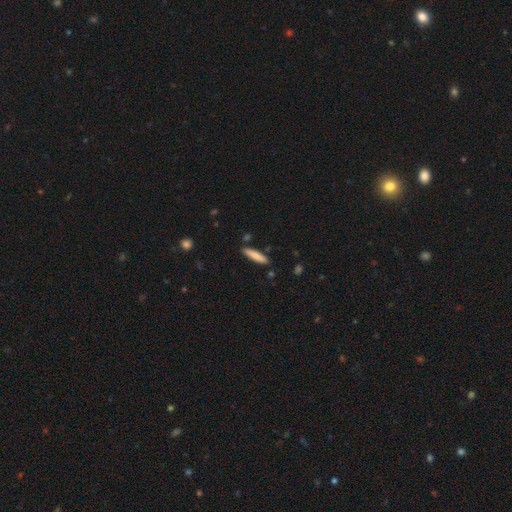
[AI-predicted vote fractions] smooth-or-featured: smooth: 81% | featured or disk: 13% | star or artifact: 6%
  how-rounded: cigar-shaped: 83% | in between: 16% | round: 1%
  merging: none: 86% | minor disturbance: 10% | merger: 2% | major disturbance: 2%